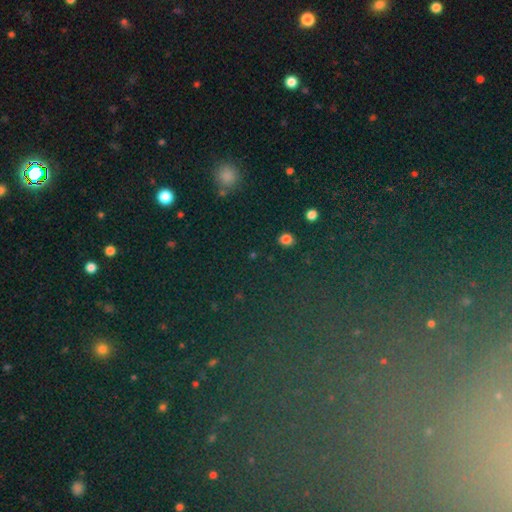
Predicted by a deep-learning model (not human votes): This appears to be a star or artifact, not a galaxy (71%).